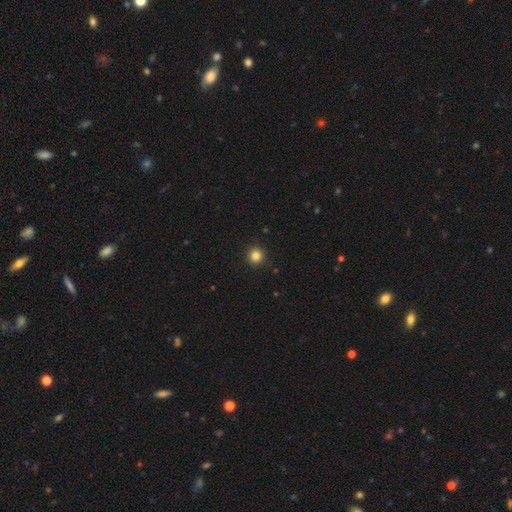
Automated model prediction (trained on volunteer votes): smooth_or_featured: smooth (p=0.84) [alt: star or artifact p=0.12]
how_rounded: round (p=0.94) [alt: in between p=0.05]
merging: none (p=0.92) [alt: minor disturbance p=0.05]